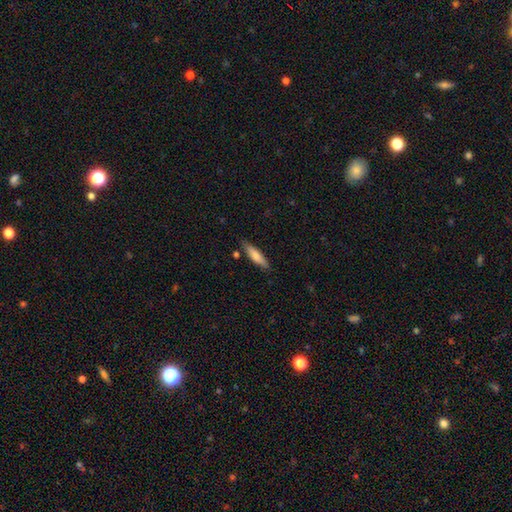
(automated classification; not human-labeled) Smooth or featured: smooth — 75% (featured or disk — 20%)
How rounded: cigar-shaped — 71% (in between — 27%)
Merging: none — 82% (minor disturbance — 13%)